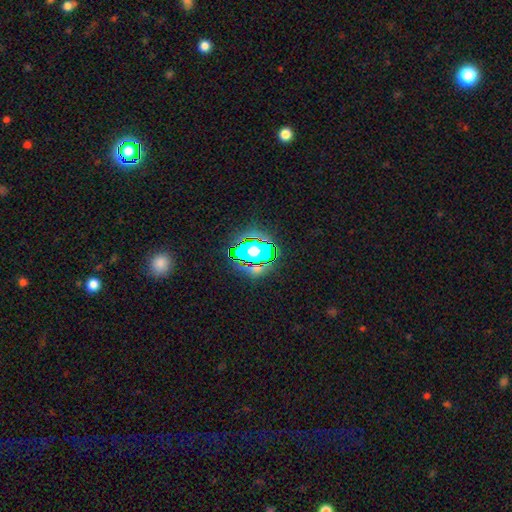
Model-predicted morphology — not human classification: This is possibly a star or artifact rather than a galaxy (60%).